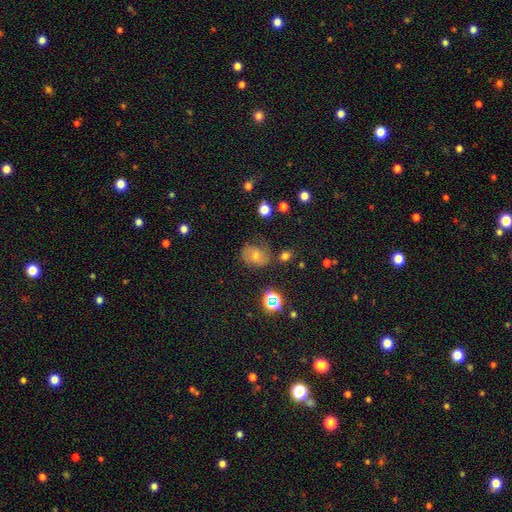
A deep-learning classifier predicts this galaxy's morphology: Smooth or featured: featured or disk — 44% (smooth — 31%)
Merging: none — 63% (minor disturbance — 22%)